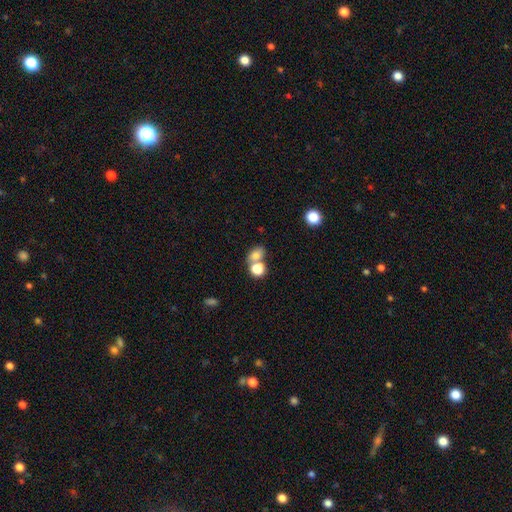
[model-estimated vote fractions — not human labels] smooth 76%, featured or disk 12%, star or artifact 12%. Down the decision tree: how rounded — in between (56%); merging — merger (50%).